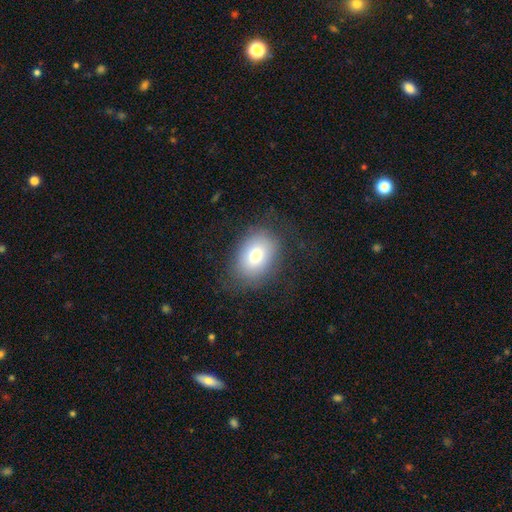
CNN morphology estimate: type=smooth (73%); roundness=in between (64%); merging=none (75%).